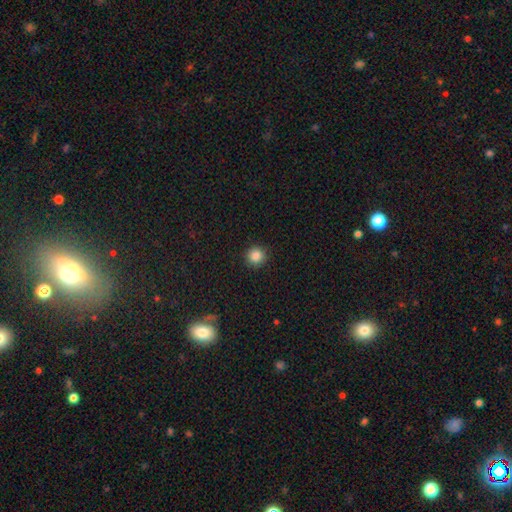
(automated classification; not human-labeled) Smooth or featured?
  - smooth: 86% *
  - star or artifact: 11%
  - featured or disk: 4%
How rounded?
  - round: 94% *
  - in between: 5%
  - cigar-shaped: 1%
Merging?
  - none: 92% *
  - minor disturbance: 5%
  - major disturbance: 2%
  - merger: 1%